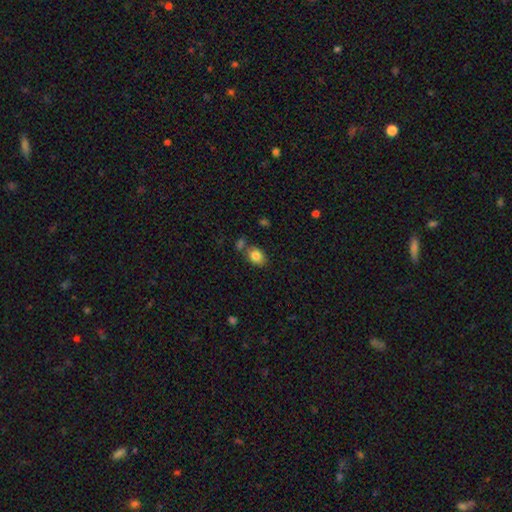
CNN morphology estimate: Smooth or featured?
  - smooth: 83% *
  - star or artifact: 9%
  - featured or disk: 8%
How rounded?
  - in between: 64% *
  - round: 35%
  - cigar-shaped: 1%
Merging?
  - none: 69% *
  - merger: 14%
  - minor disturbance: 13%
  - major disturbance: 4%